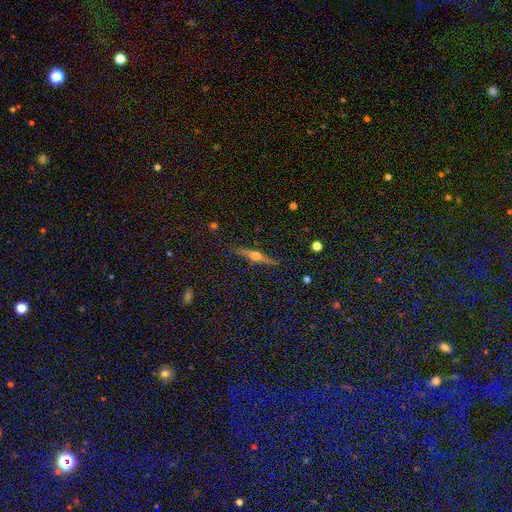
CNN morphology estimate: Q: Smooth or featured?
A: featured or disk (71%); runner-up: smooth (21%)
Q: Edge-on disk?
A: yes (96%); runner-up: no (4%)
Q: Edge-on bulge?
A: rounded (90%); runner-up: boxy (7%)
Q: Merging?
A: none (85%); runner-up: minor disturbance (11%)